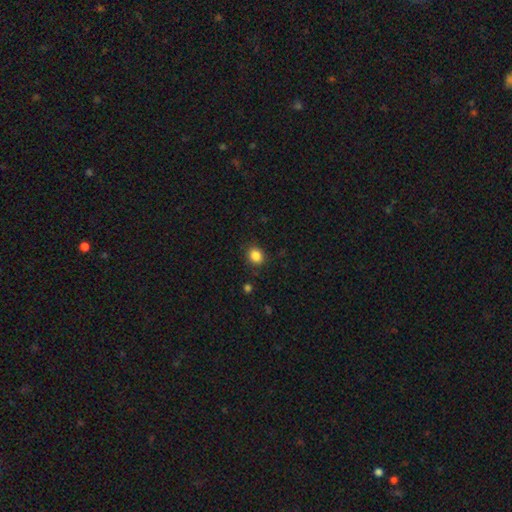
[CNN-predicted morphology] Overall: smooth (86%). How rounded: round (65%; in between 34%). Merging: none (86%).